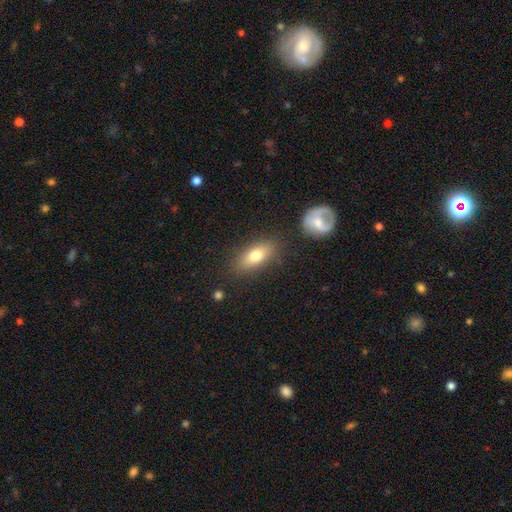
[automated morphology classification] Smooth or featured: smooth — 75% (featured or disk — 17%)
How rounded: in between — 80% (cigar-shaped — 14%)
Merging: none — 81% (minor disturbance — 12%)